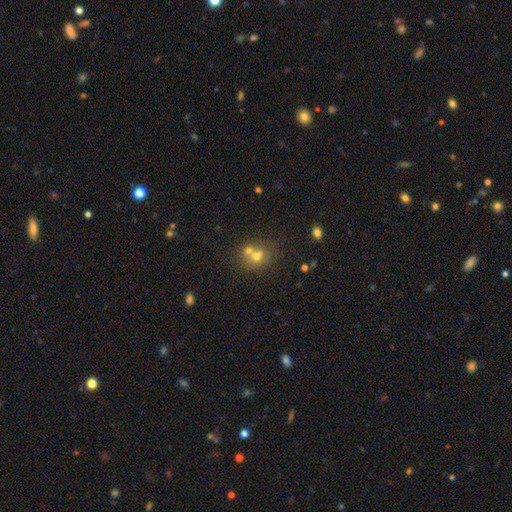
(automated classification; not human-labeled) Morphology: type=smooth (56%); roundness=round (74%); merging=merger (49%).